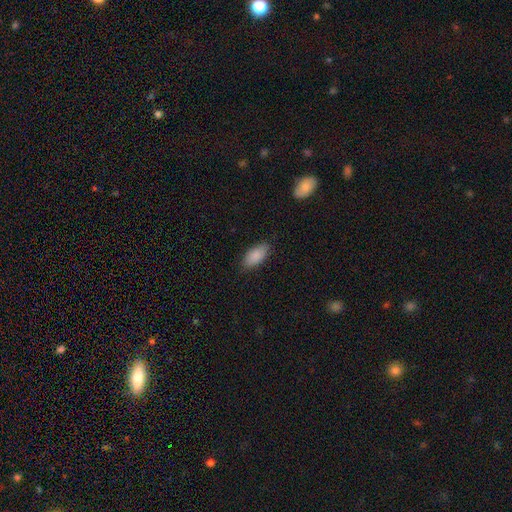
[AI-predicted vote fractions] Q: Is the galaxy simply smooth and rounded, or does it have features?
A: smooth — 88%.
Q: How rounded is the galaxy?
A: in between — 90%.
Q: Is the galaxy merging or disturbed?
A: none — 83%.